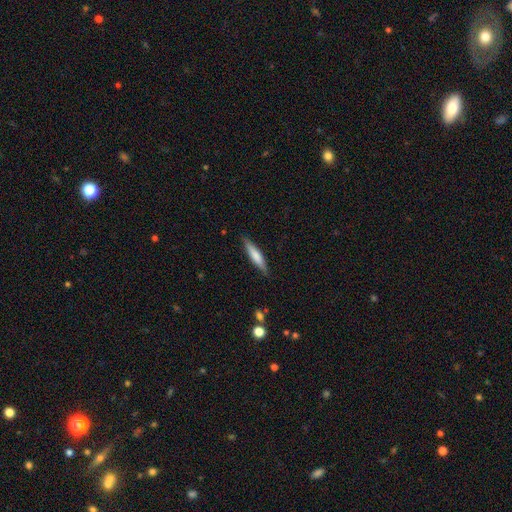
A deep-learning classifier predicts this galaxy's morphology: Smooth or featured? smooth (67%)
How rounded? cigar-shaped (86%)
Merging? none (87%)